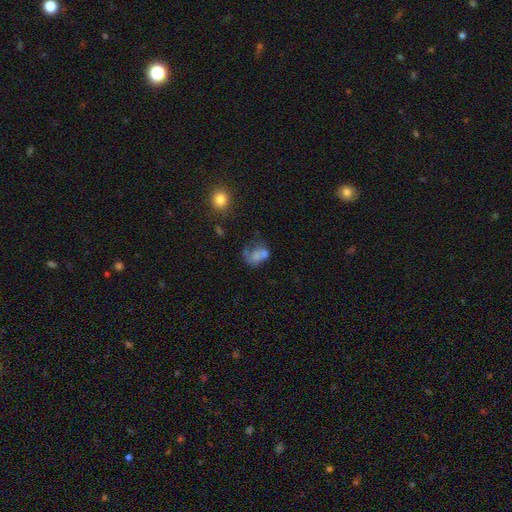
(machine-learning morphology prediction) Smooth or featured? Predicted: smooth (p=0.46). Merging? Predicted: merger (p=0.35).